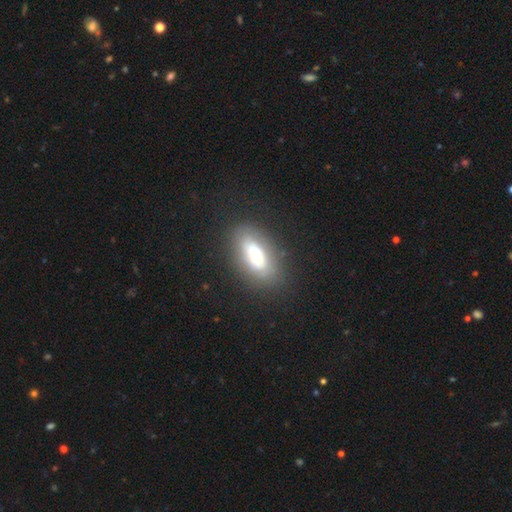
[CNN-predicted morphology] smooth_or_featured: smooth (p=0.56) [alt: featured or disk p=0.36]
how_rounded: in between (p=0.86) [alt: cigar-shaped p=0.09]
merging: none (p=0.76) [alt: minor disturbance p=0.15]